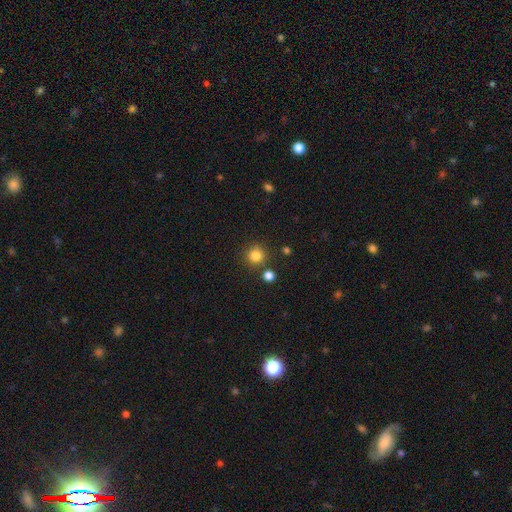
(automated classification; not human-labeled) Q: Smooth or featured?
A: smooth (83%); runner-up: star or artifact (13%)
Q: How rounded?
A: round (93%); runner-up: in between (6%)
Q: Merging?
A: none (82%); runner-up: minor disturbance (8%)